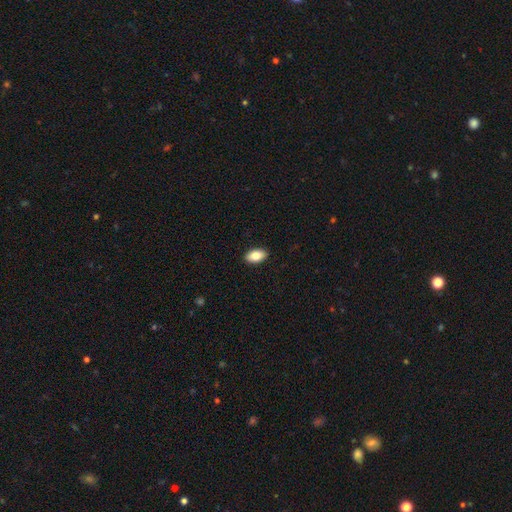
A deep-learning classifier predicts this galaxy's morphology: type=smooth (85%); roundness=in between (94%); merging=none (91%).